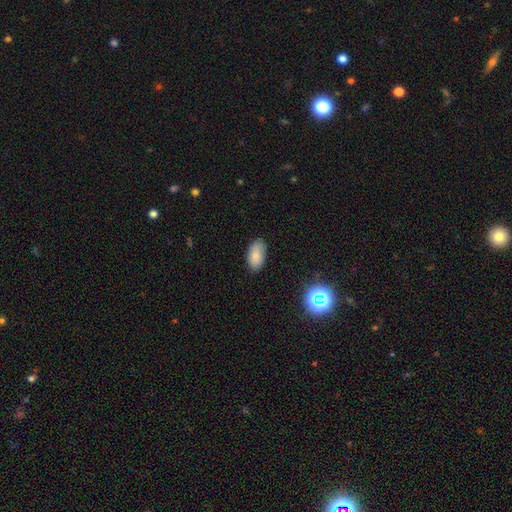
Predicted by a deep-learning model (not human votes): smooth 81%, star or artifact 10%, featured or disk 9%. Down the decision tree: how rounded — in between (93%); merging — none (82%).